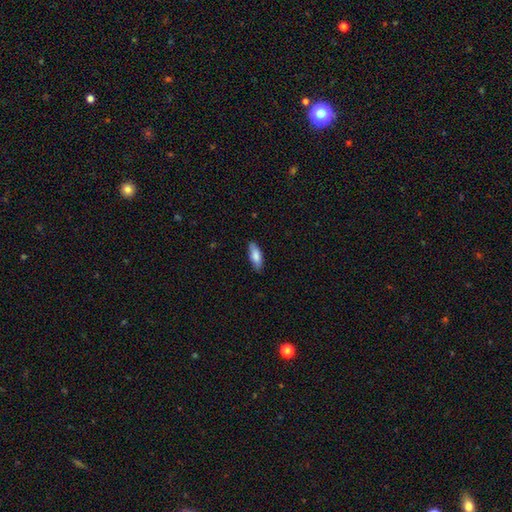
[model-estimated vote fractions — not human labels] The model was most divided on "how rounded": in between: 67%, cigar-shaped: 31%, round: 2%. More confident: merging — none (83%); smooth or featured — smooth (83%).